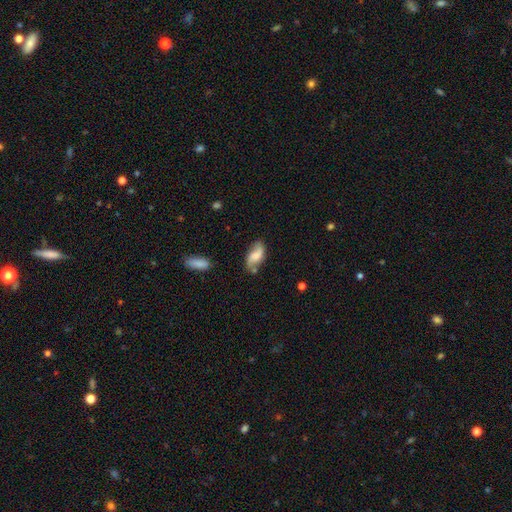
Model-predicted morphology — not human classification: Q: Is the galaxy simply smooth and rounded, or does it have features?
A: featured or disk — 50%.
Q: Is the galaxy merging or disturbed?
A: none — 63%.